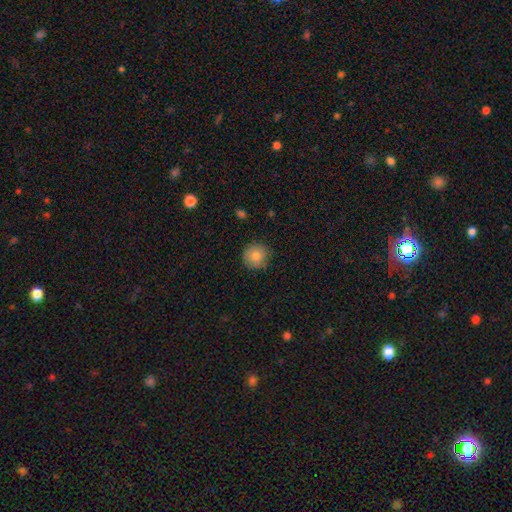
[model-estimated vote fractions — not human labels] This appears to be a smooth galaxy with no disk features (82%) that is round (93%). Merging: none (85%).